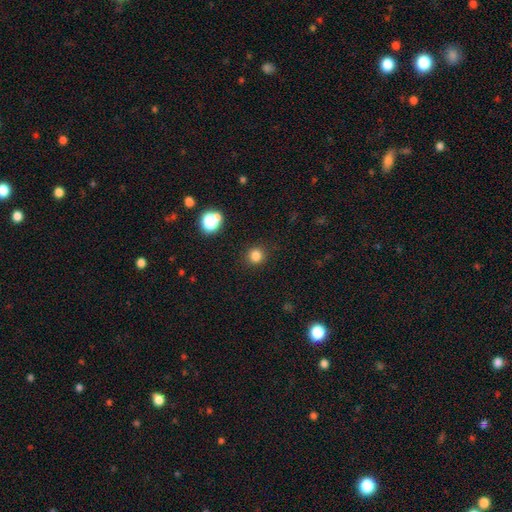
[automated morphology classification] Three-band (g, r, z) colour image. It shows a smooth galaxy with no disk features (81%) that is round (91%). Merging: none (90%).